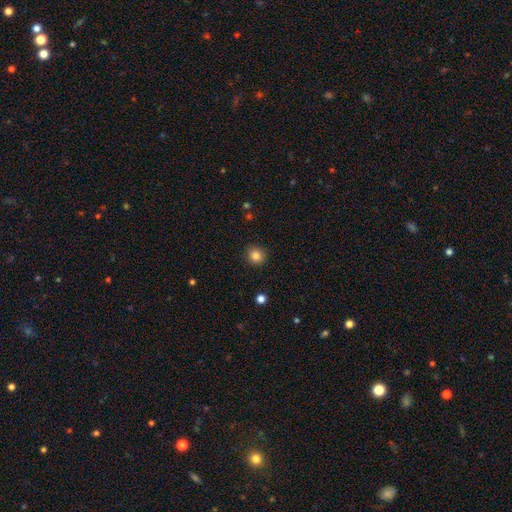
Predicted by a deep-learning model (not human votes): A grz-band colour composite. It shows a smooth galaxy with no disk features (85%) that is round (88%). Merging: none (89%).